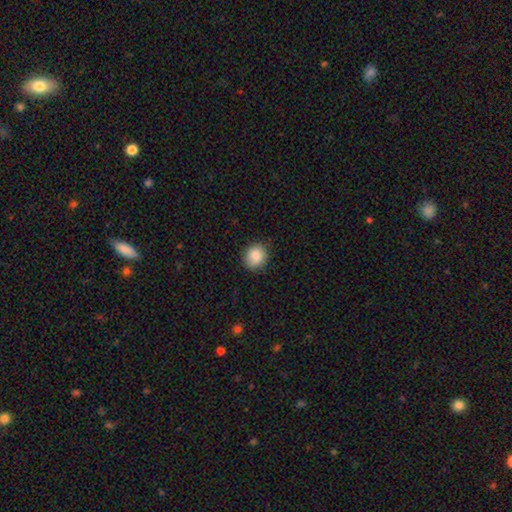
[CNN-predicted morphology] smooth-or-featured: smooth: 87% | star or artifact: 8% | featured or disk: 5%
  how-rounded: round: 75% | in between: 24% | cigar-shaped: 1%
  merging: none: 84% | minor disturbance: 12% | major disturbance: 3% | merger: 1%